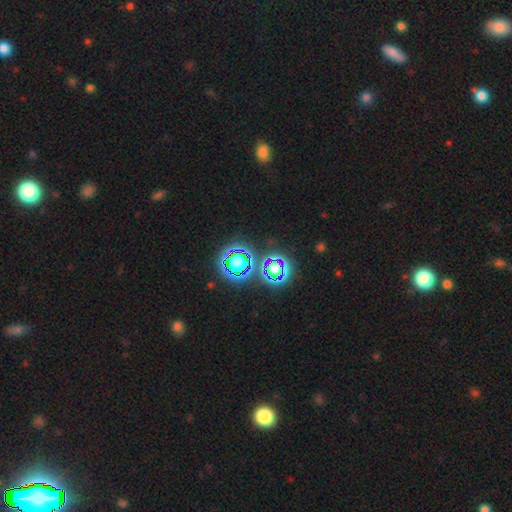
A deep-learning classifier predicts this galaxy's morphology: smooth-or-featured: star or artifact: 76% | smooth: 18% | featured or disk: 7%